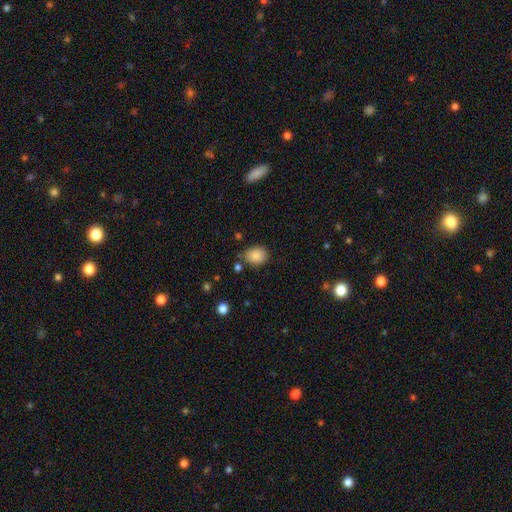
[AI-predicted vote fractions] A smooth galaxy with no disk features (86%) that is in between round and cigar-shaped (55%).

Vote fractions:
- Smooth or featured? smooth: 86% / star or artifact: 9% / featured or disk: 5%
- How rounded? in between: 55% / round: 44% / cigar-shaped: 1%
- Merging? none: 77% / minor disturbance: 15% / merger: 4% / major disturbance: 4%